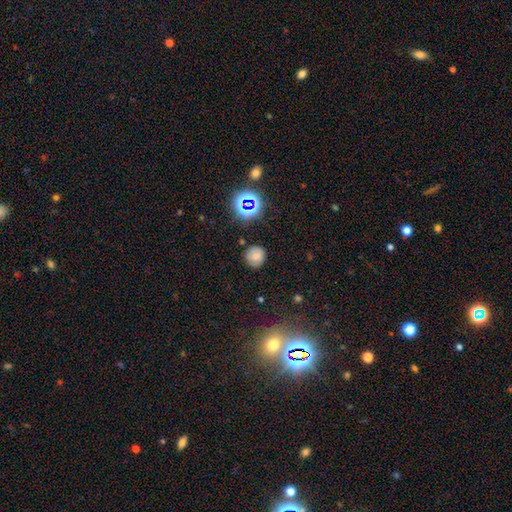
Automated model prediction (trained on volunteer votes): smooth_or_featured: smooth (p=0.71) [alt: star or artifact p=0.18]
how_rounded: round (p=0.90) [alt: in between p=0.09]
merging: none (p=0.82) [alt: minor disturbance p=0.13]